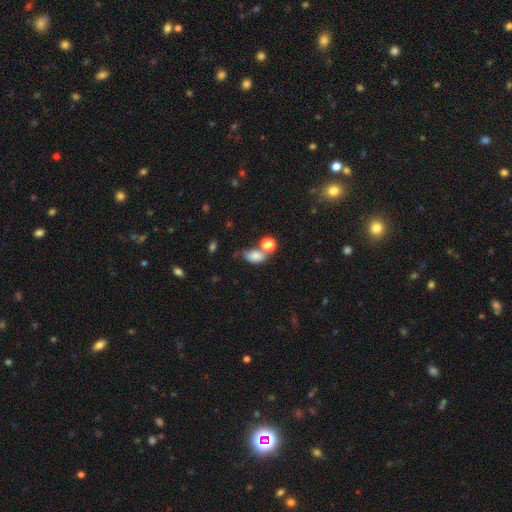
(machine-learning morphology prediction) smooth_or_featured: smooth (p=0.78) [alt: star or artifact p=0.11]
how_rounded: in between (p=0.78) [alt: round p=0.20]
merging: merger (p=0.35) [alt: none p=0.33]